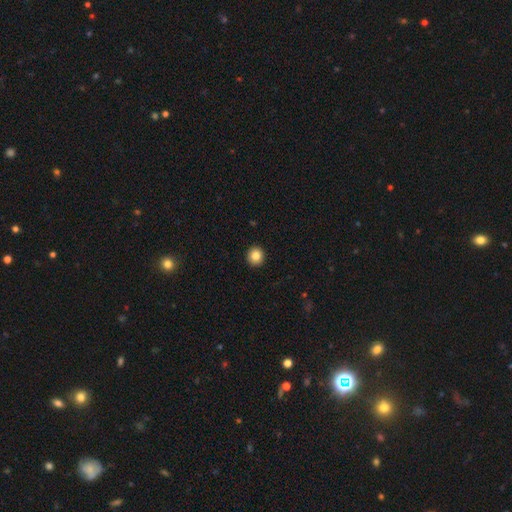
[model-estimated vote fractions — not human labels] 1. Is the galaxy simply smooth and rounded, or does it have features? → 86% smooth, 9% star or artifact, 5% featured or disk.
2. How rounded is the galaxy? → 92% round, 7% in between, 1% cigar-shaped.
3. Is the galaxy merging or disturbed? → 93% none, 5% minor disturbance, 1% major disturbance, 1% merger.